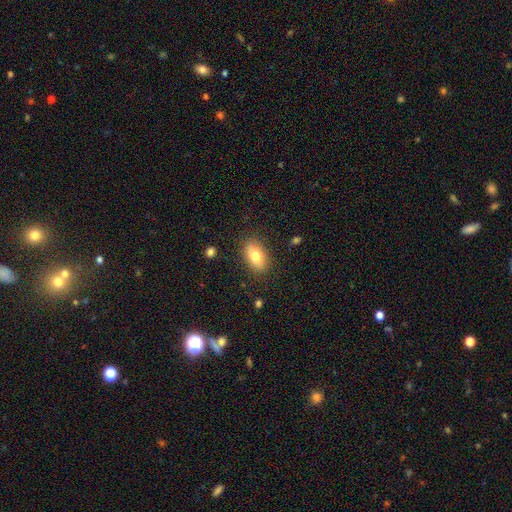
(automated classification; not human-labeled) The model was most divided on "smooth or featured": smooth: 75%, featured or disk: 17%, star or artifact: 8%. More confident: how rounded — in between (88%); merging — none (85%).